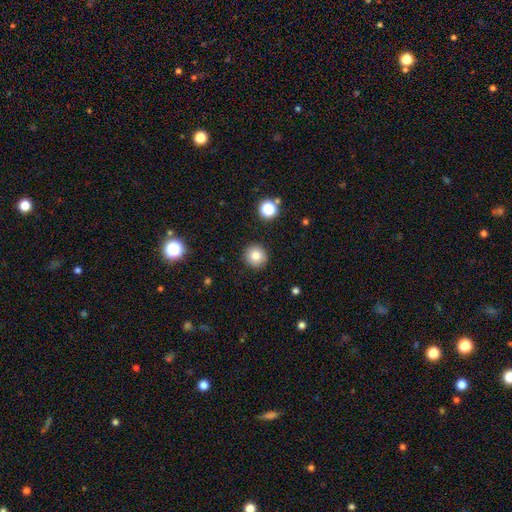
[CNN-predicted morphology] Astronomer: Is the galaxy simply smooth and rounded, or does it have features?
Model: smooth — 81%.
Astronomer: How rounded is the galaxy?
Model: round — 94%.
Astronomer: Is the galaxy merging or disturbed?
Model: none — 91%.